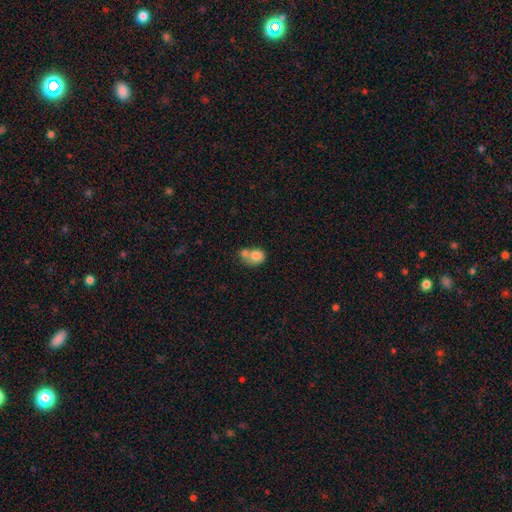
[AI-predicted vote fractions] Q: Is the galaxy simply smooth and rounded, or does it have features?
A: smooth — 76%.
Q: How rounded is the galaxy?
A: in between — 52%.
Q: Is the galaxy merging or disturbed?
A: merger — 59%.